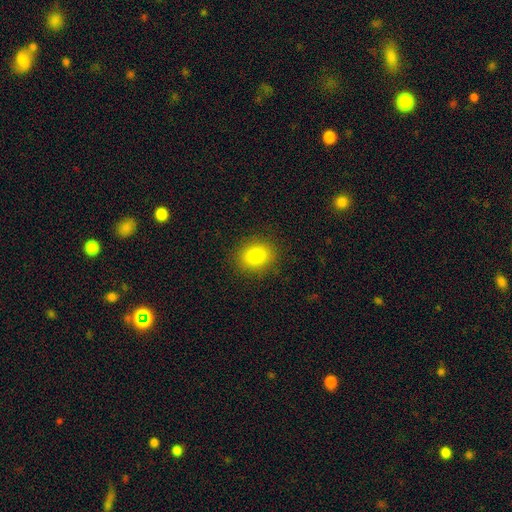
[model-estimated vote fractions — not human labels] Q: Smooth or featured?
A: smooth (83%); runner-up: star or artifact (10%)
Q: How rounded?
A: round (56%); runner-up: in between (43%)
Q: Merging?
A: none (88%); runner-up: minor disturbance (8%)